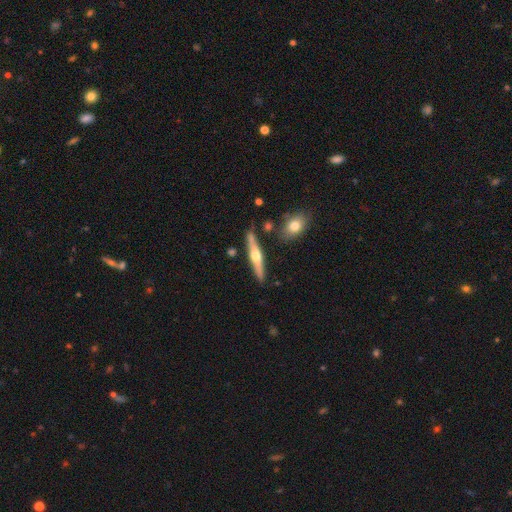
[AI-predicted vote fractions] Morphology: type=featured or disk (65%); edge-on=yes (96%); edge-on bulge=rounded (93%); merging=none (84%).